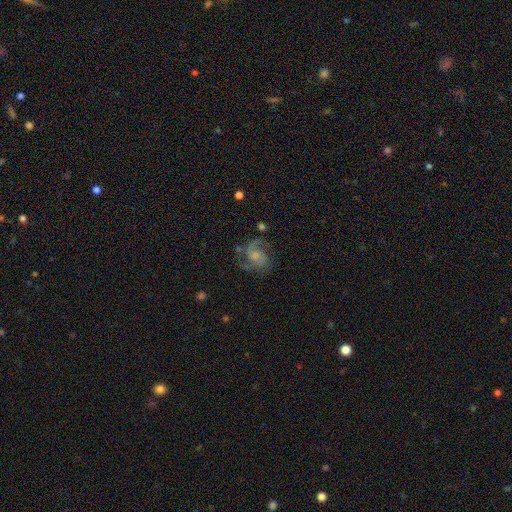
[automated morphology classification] Smooth or featured: featured or disk — 84% (smooth — 9%)
Edge-on disk: no — 98% (yes — 2%)
Bar: no — 62% (weak — 32%)
Spiral arms: yes — 96% (no — 4%)
Spiral winding: medium — 56% (tight — 25%)
Spiral arm count: 2 — 83% (can't tell — 5%)
Bulge size: small — 48% (moderate — 27%)
Merging: none — 68% (minor disturbance — 17%)